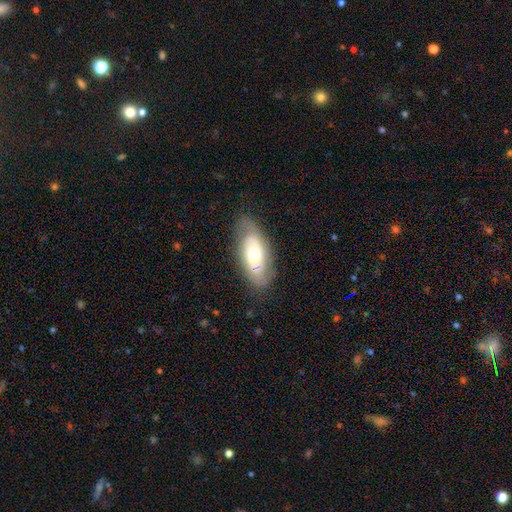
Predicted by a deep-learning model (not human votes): This is possibly a featured or disk galaxy (57%). It is clearly not viewed edge-on (87%). Merging: likely none (78%).